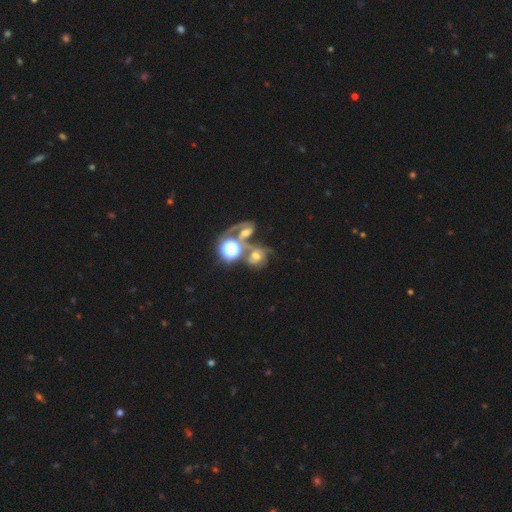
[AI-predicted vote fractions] Smooth or featured: featured or disk — 51% (smooth — 30%)
Edge-on disk: no — 96% (yes — 4%)
Merging: merger — 49% (none — 26%)